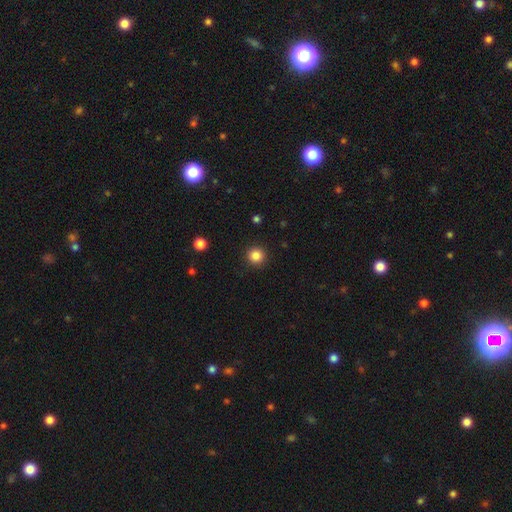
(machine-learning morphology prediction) This appears to be a smooth galaxy with no disk features (85%) that is round (95%). Merging: none (92%).